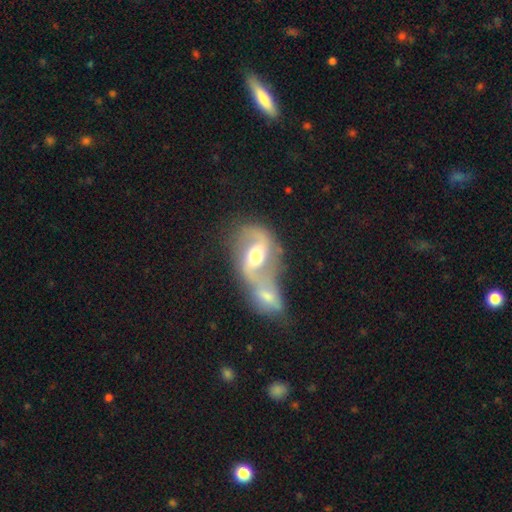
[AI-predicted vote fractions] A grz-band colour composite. It shows a featured or disk galaxy (77%) with a weak bar (42%), 2 (86%) loose (54%) spiral arms (89%) and a moderate central bulge (70%). Merging: merger (71%).